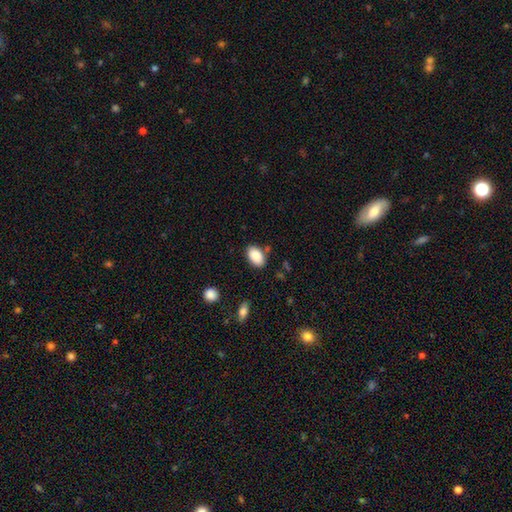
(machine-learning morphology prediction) Q: Smooth or featured?
A: smooth (87%); runner-up: star or artifact (7%)
Q: How rounded?
A: in between (92%); runner-up: round (7%)
Q: Merging?
A: none (81%); runner-up: minor disturbance (12%)